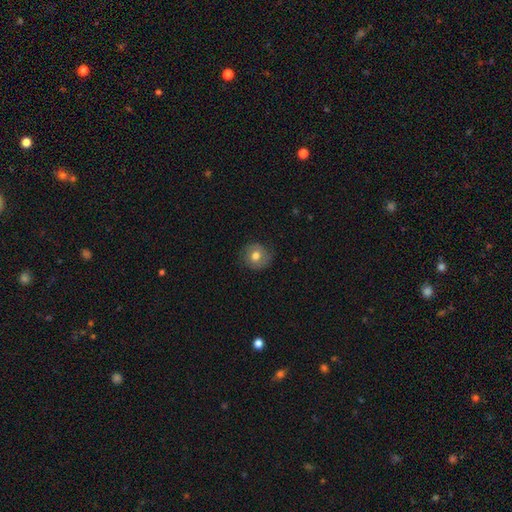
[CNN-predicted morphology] Smooth or featured? Predicted: smooth (p=0.62). How rounded? Predicted: round (p=0.85). Merging? Predicted: none (p=0.79).